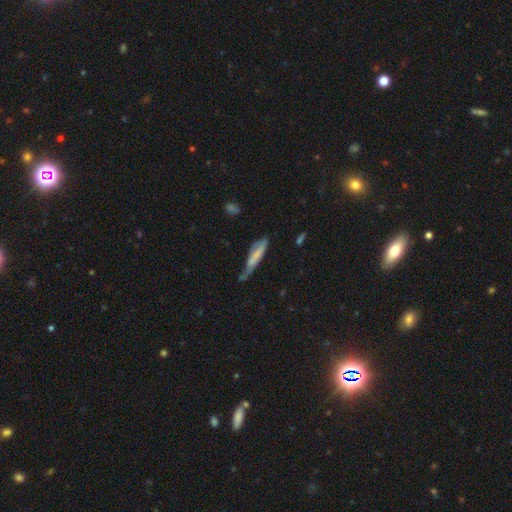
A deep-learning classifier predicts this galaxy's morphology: Smooth or featured? smooth (56%)
How rounded? cigar-shaped (78%)
Merging? minor disturbance (37%)